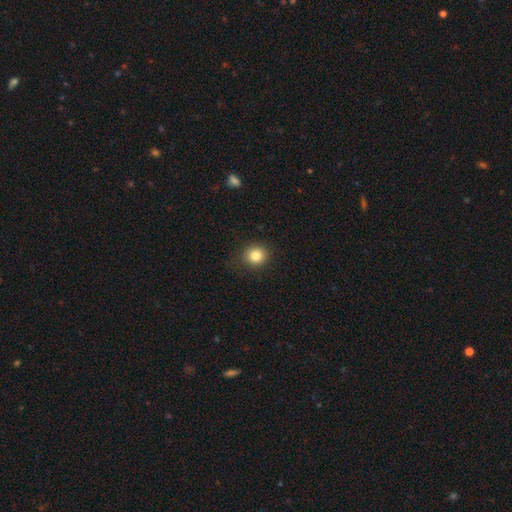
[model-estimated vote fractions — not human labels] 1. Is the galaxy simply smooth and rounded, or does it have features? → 83% smooth, 11% star or artifact, 6% featured or disk.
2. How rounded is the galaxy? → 86% round, 13% in between, 1% cigar-shaped.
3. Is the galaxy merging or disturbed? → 88% none, 8% minor disturbance, 3% major disturbance, 1% merger.